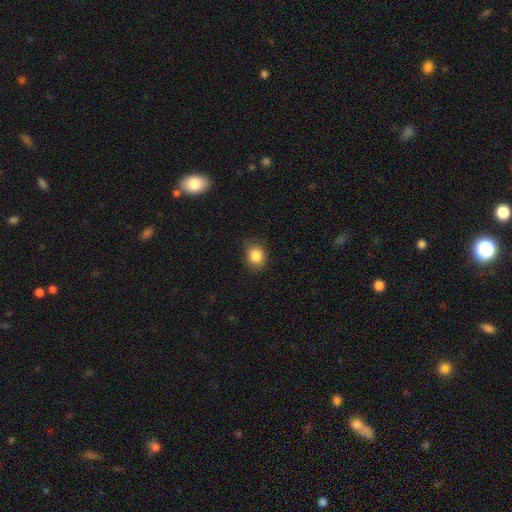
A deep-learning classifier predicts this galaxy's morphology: Overall: smooth (86%). How rounded: round (67%; in between 32%). Merging: none (83%).